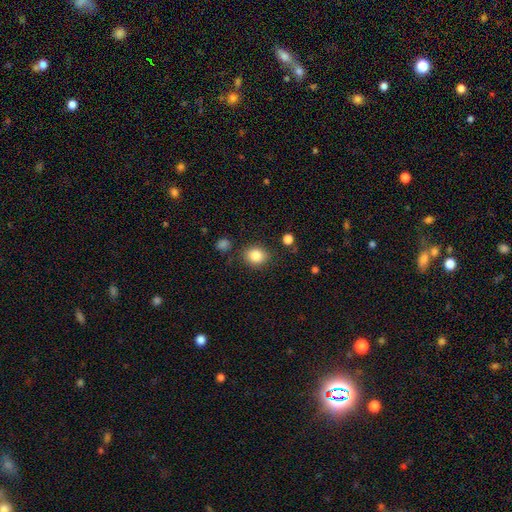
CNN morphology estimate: type=smooth (84%); roundness=round (71%); merging=none (85%).